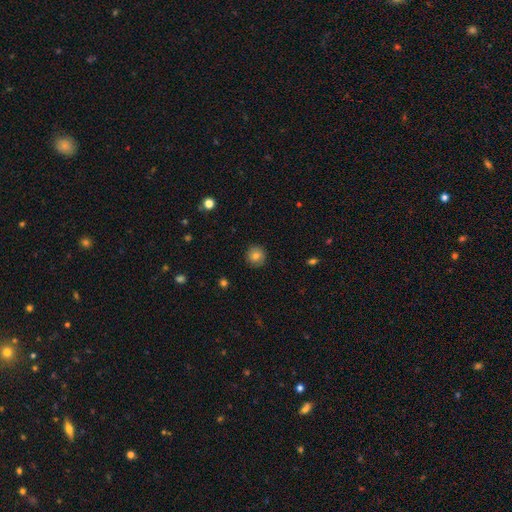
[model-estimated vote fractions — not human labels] A smooth galaxy with no disk features (77%) that is round (94%). Merging: none (89%).